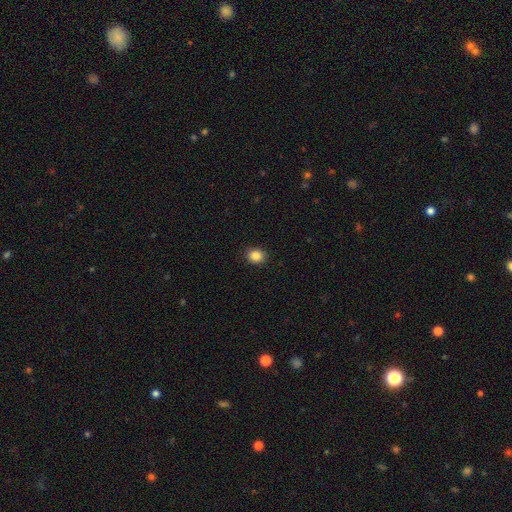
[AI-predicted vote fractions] The model was most divided on "how rounded": round: 62%, in between: 37%, cigar-shaped: 1%. More confident: merging — none (90%); smooth or featured — smooth (87%).